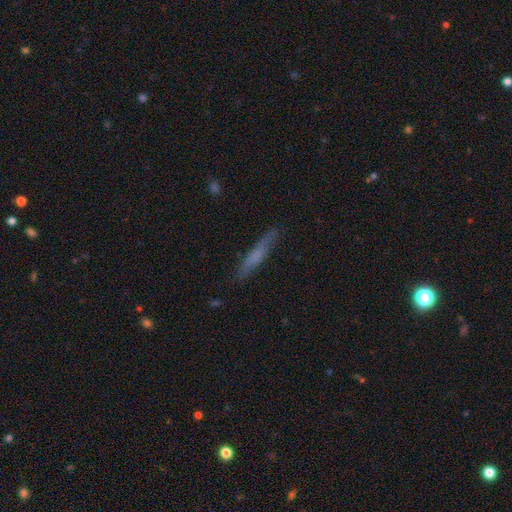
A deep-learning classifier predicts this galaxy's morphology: smooth 53%, featured or disk 39%, star or artifact 8%. Down the decision tree: how rounded — cigar-shaped (92%); merging — none (84%).